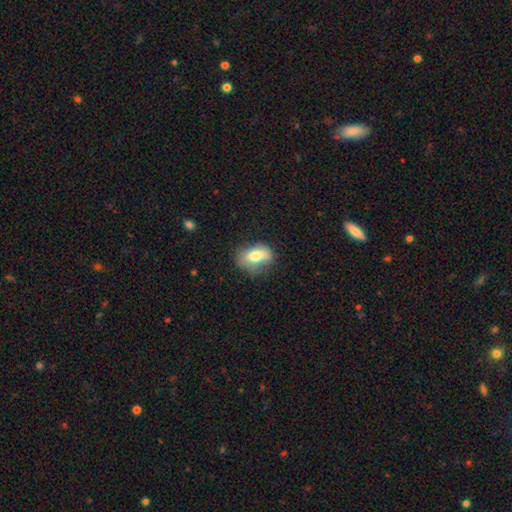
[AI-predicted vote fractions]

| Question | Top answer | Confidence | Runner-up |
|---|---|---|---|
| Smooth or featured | smooth | 72% | featured or disk (19%) |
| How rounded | in between | 80% | round (17%) |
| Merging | none | 51% | minor disturbance (31%) |